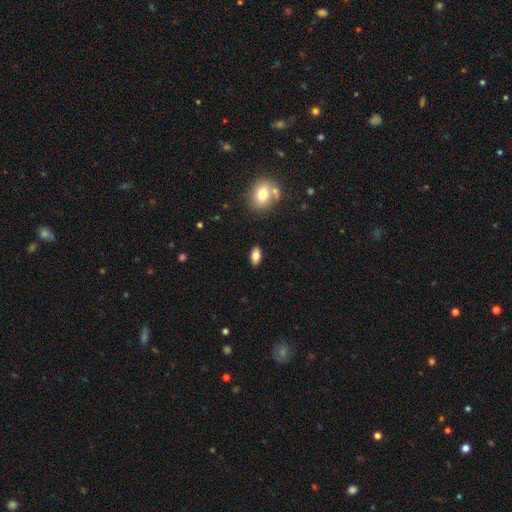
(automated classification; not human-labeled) Overall: smooth (79%). How rounded: in between (90%). Merging: none (88%).